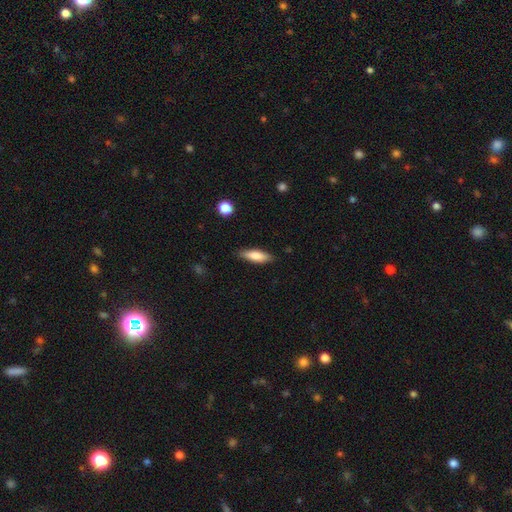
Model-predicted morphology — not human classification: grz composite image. It shows a smooth galaxy with no disk features (76%) that is cigar-shaped (52%). Merging: none (85%).